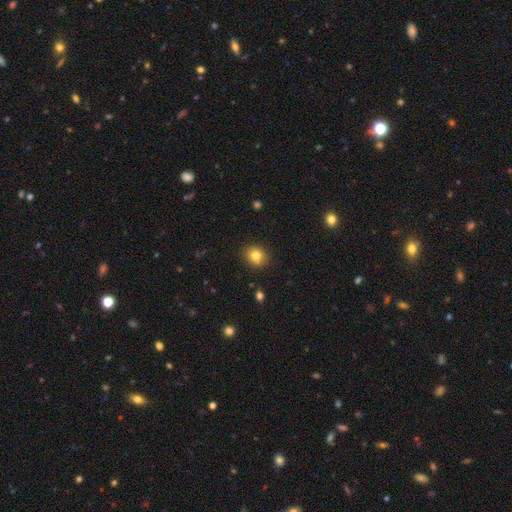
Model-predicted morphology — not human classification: smooth_or_featured: smooth (p=0.79) [alt: star or artifact p=0.12]
how_rounded: round (p=0.79) [alt: in between p=0.20]
merging: none (p=0.87) [alt: minor disturbance p=0.09]